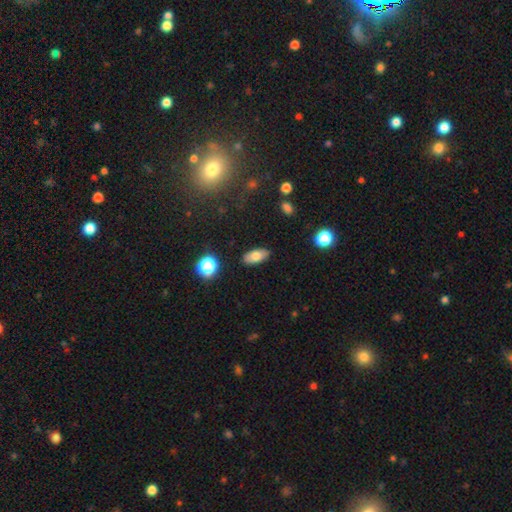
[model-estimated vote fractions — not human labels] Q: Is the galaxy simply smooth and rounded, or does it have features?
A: smooth — 77%.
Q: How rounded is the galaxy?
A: in between — 89%.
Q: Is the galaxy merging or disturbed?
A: none — 87%.